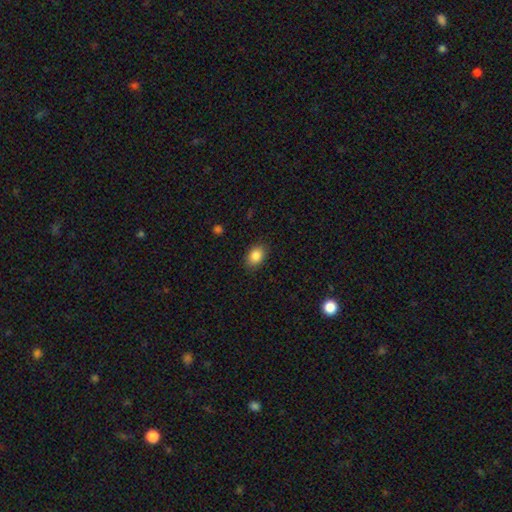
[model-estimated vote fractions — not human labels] Smooth or featured: smooth — 87% (star or artifact — 8%)
How rounded: in between — 73% (round — 26%)
Merging: none — 87% (minor disturbance — 10%)